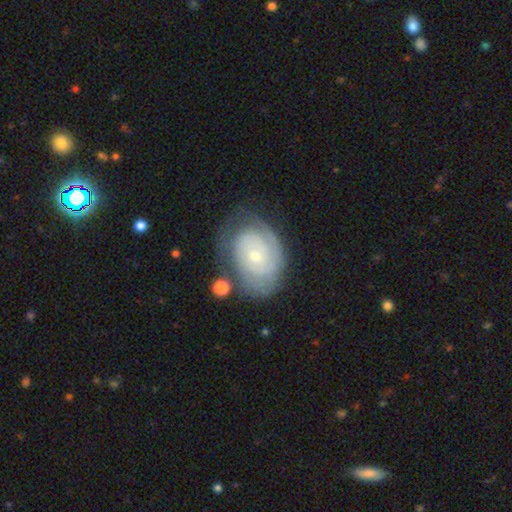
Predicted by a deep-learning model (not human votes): A featured or disk galaxy (79%) with no bar (73%), tight (75%) spiral arms (93%) and a small central bulge (69%). Merging: none (67%).